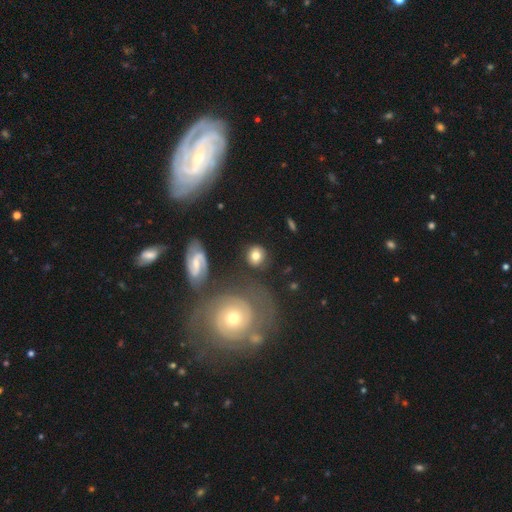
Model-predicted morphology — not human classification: A smooth galaxy with no disk features (71%) that is round (82%).

Vote fractions:
- Smooth or featured? smooth: 71% / featured or disk: 21% / star or artifact: 8%
- How rounded? round: 82% / in between: 17% / cigar-shaped: 1%
- Merging? none: 74% / minor disturbance: 12% / merger: 7% / major disturbance: 6%